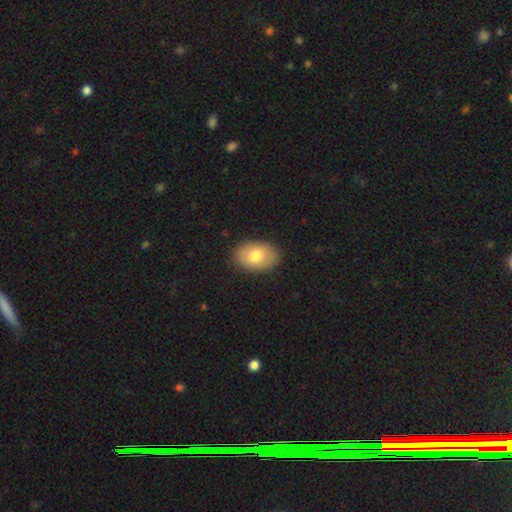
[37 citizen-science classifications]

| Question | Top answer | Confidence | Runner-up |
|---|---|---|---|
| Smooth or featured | smooth | 68% | featured or disk (32%) |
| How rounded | in between | 80% | round (20%) |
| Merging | none | 84% | minor disturbance (14%) |